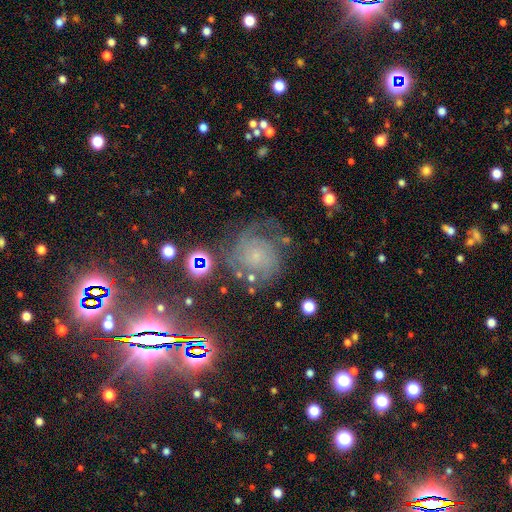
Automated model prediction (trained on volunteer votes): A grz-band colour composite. It shows a featured or disk galaxy (67%) with no bar (74%), tight (59%) spiral arms (93%) and a small central bulge (65%). Merging: none (63%).